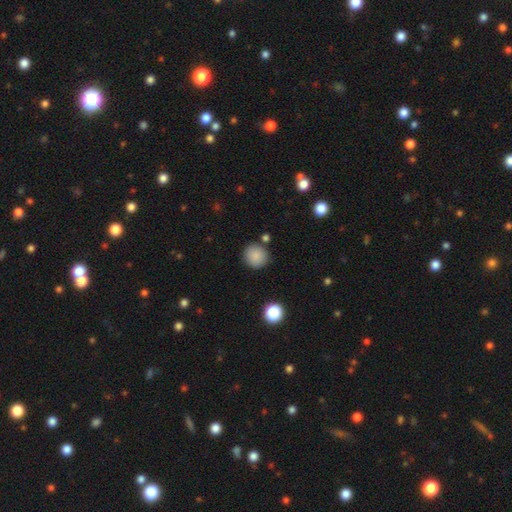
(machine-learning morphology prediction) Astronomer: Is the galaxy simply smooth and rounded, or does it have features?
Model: smooth — 86%.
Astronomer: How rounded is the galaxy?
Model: round — 93%.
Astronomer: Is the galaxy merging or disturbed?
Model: none — 86%.